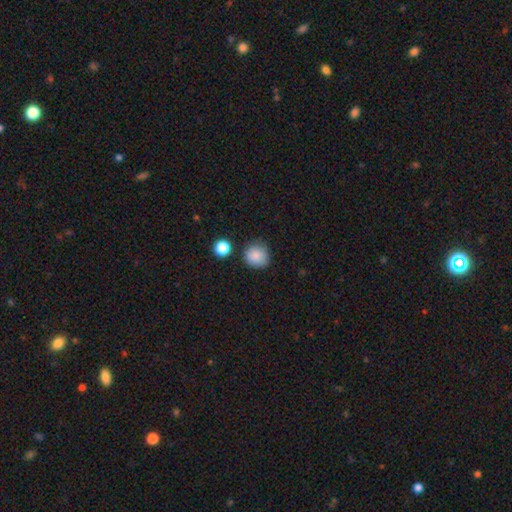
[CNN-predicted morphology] smooth 86%, star or artifact 9%, featured or disk 5%. Down the decision tree: how rounded — round (90%); merging — none (79%).